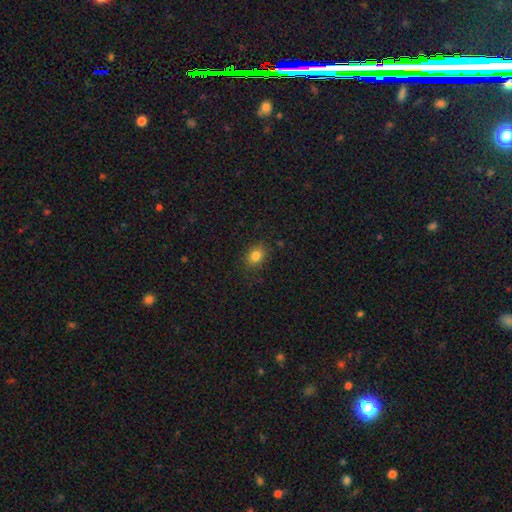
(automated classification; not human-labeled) Smooth or featured?
  - smooth: 83% *
  - star or artifact: 11%
  - featured or disk: 6%
How rounded?
  - in between: 52% *
  - round: 47%
  - cigar-shaped: 1%
Merging?
  - none: 85% *
  - minor disturbance: 11%
  - major disturbance: 3%
  - merger: 1%